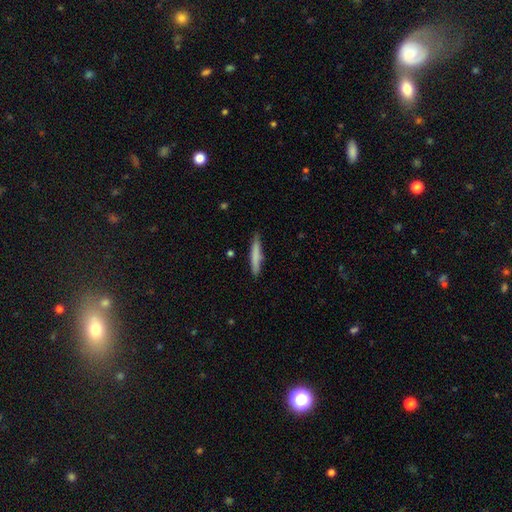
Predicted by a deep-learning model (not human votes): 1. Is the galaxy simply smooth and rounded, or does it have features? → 75% smooth, 19% featured or disk, 6% star or artifact.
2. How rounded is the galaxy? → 93% cigar-shaped, 6% in between, 1% round.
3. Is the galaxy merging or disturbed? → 85% none, 11% minor disturbance, 2% major disturbance, 2% merger.